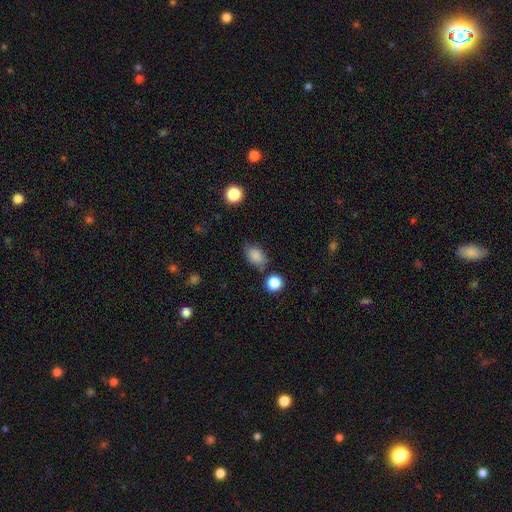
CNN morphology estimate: A smooth galaxy with no disk features (84%) that is in between round and cigar-shaped (80%). Merging: none (69%).